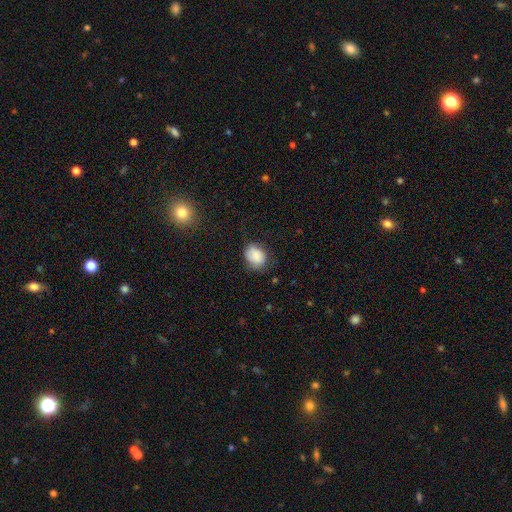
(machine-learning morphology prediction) Q: Smooth or featured?
A: smooth (81%); runner-up: featured or disk (10%)
Q: How rounded?
A: in between (56%); runner-up: round (43%)
Q: Merging?
A: none (65%); runner-up: minor disturbance (26%)